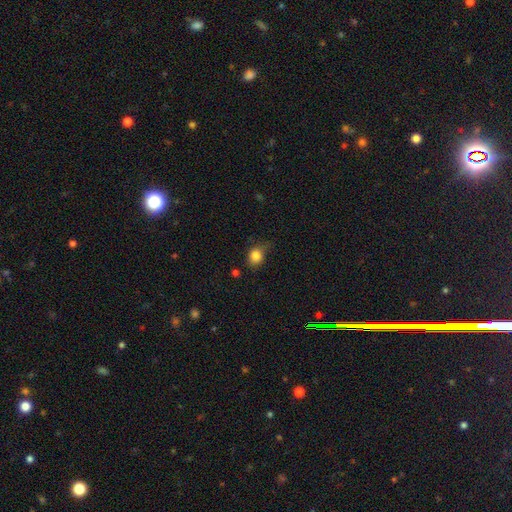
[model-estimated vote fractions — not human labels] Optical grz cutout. It shows a smooth galaxy with no disk features (83%) that is round (62%). Merging: none (59%).